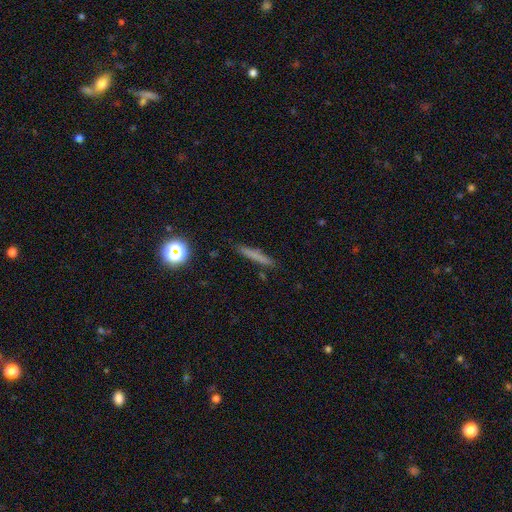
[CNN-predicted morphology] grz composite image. It shows a smooth galaxy with no disk features (67%) that is cigar-shaped (92%). Merging: none (87%).